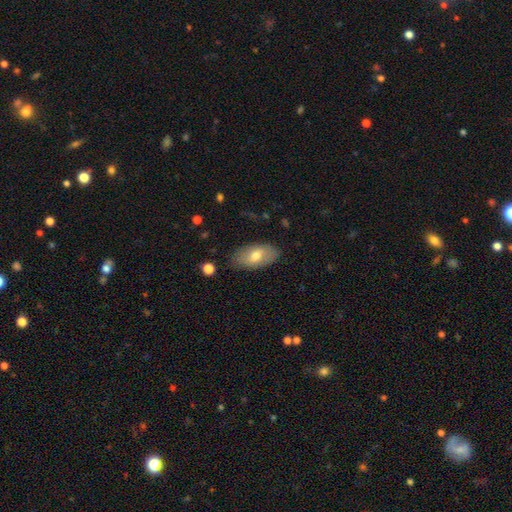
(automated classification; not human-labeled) smooth-or-featured: smooth: 69% | featured or disk: 24% | star or artifact: 6%
  how-rounded: in between: 93% | cigar-shaped: 4% | round: 4%
  merging: none: 84% | minor disturbance: 12% | major disturbance: 3% | merger: 1%